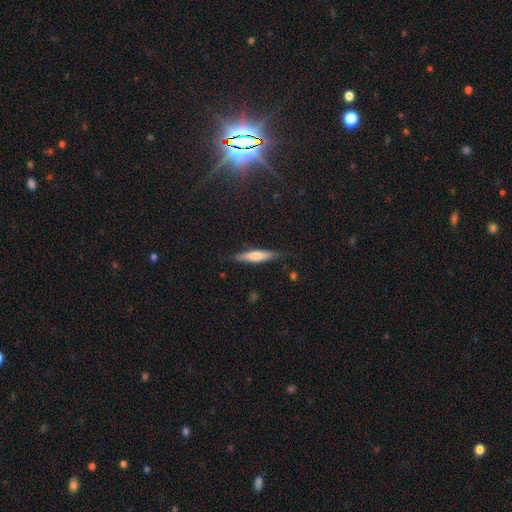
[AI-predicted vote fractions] Smooth or featured? Predicted: smooth (p=0.52). How rounded? Predicted: cigar-shaped (p=0.82). Merging? Predicted: none (p=0.84).